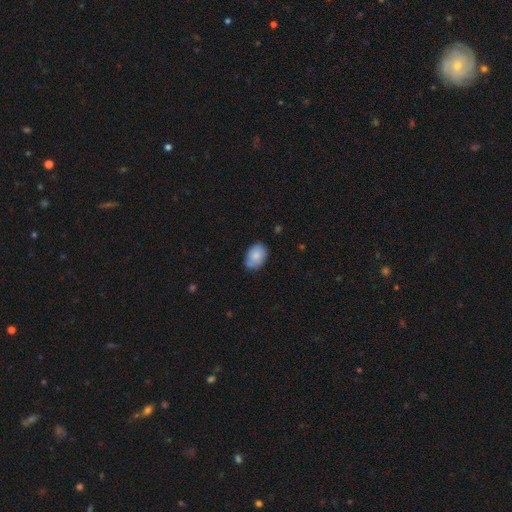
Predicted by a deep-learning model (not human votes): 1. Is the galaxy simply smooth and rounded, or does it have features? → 79% smooth, 13% featured or disk, 7% star or artifact.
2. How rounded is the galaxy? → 79% in between, 20% round, 1% cigar-shaped.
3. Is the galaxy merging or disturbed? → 64% none, 26% minor disturbance, 6% merger, 5% major disturbance.